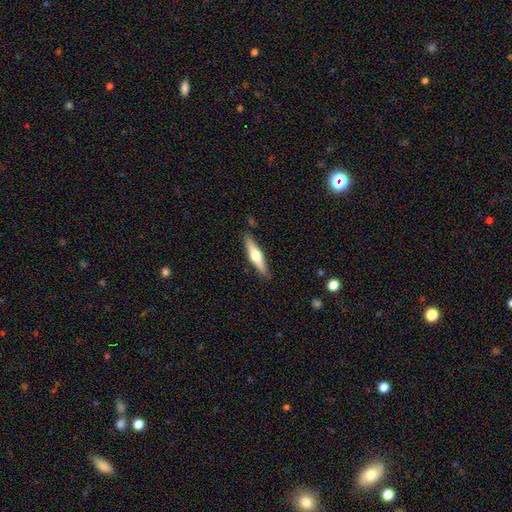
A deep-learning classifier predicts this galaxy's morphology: Smooth or featured? Predicted: featured or disk (p=0.53). Edge-on disk? Predicted: yes (p=0.96). Edge-on bulge? Predicted: rounded (p=0.92). Merging? Predicted: none (p=0.88).